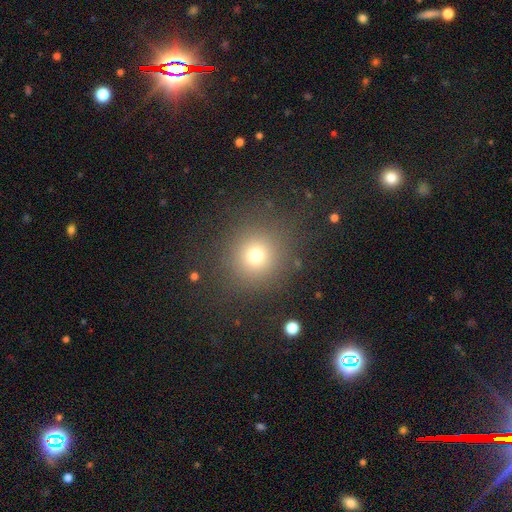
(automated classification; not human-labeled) A smooth galaxy with no disk features (72%) that is round (92%). Merging: none (85%).